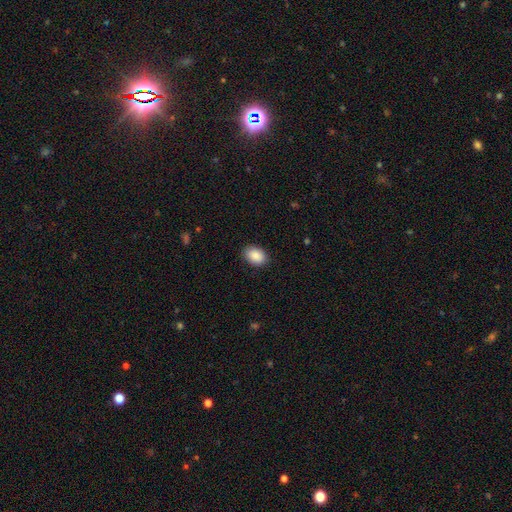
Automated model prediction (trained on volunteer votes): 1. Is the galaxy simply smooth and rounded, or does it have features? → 89% smooth, 7% star or artifact, 4% featured or disk.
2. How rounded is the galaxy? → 81% in between, 18% round, 1% cigar-shaped.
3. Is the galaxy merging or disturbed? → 88% none, 9% minor disturbance, 2% major disturbance, 1% merger.